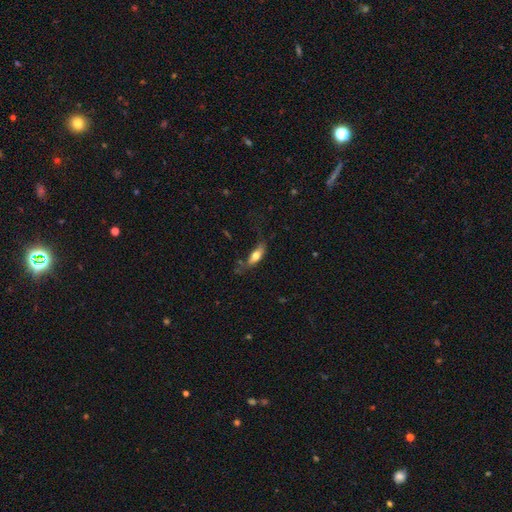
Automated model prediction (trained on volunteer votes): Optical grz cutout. It shows a smooth galaxy with no disk features (64%) that is in between round and cigar-shaped (62%). Merging: none (49%).